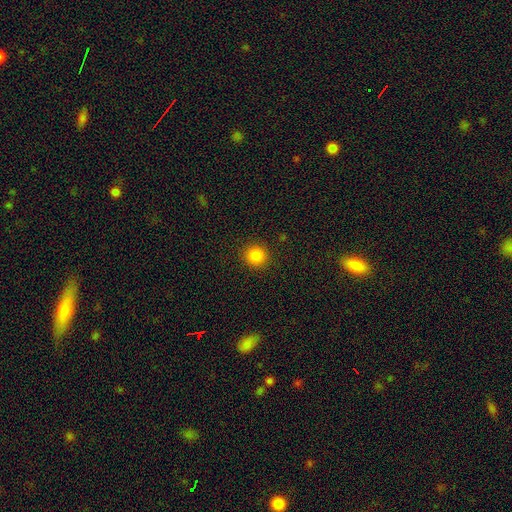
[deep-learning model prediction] smooth 84%, star or artifact 12%, featured or disk 4%. Down the decision tree: how rounded — round (92%); merging — none (92%).